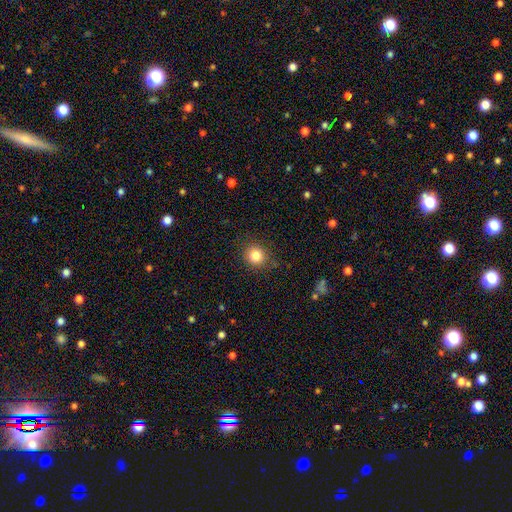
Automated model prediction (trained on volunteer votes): smooth 83%, star or artifact 11%, featured or disk 5%. Down the decision tree: how rounded — round (87%); merging — none (87%).